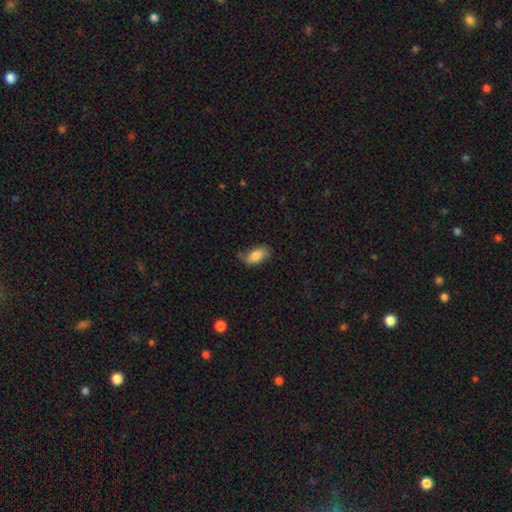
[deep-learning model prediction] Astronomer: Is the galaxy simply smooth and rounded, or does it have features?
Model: smooth — 78%.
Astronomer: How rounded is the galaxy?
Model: in between — 89%.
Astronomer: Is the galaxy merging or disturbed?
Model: none — 62%.